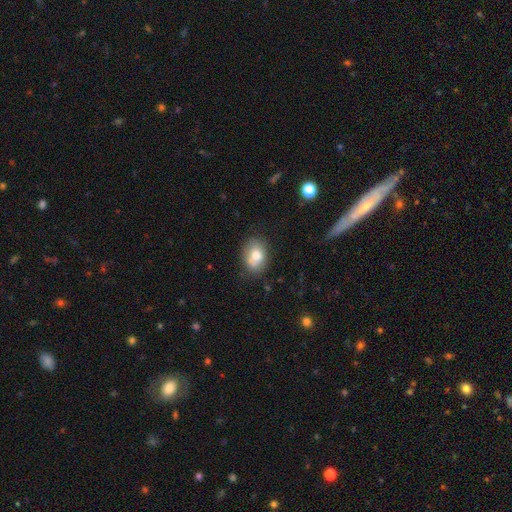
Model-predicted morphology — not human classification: smooth-or-featured: smooth: 76% | featured or disk: 16% | star or artifact: 8%
  how-rounded: in between: 71% | round: 28% | cigar-shaped: 1%
  merging: none: 69% | minor disturbance: 20% | merger: 6% | major disturbance: 5%